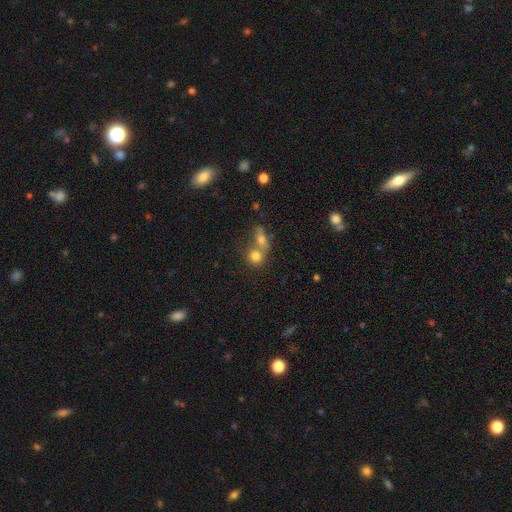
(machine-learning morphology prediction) Smooth or featured? smooth (74%)
How rounded? round (74%)
Merging? merger (56%)